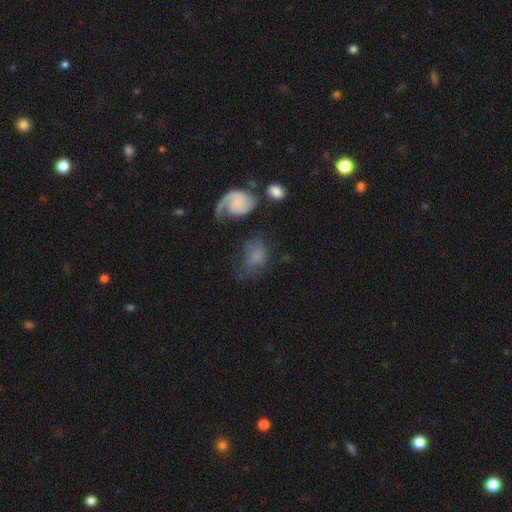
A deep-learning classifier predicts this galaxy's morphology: smooth_or_featured: smooth (p=0.51) [alt: featured or disk p=0.38]
how_rounded: in between (p=0.64) [alt: round p=0.34]
merging: none (p=0.38) [alt: major disturbance p=0.28]